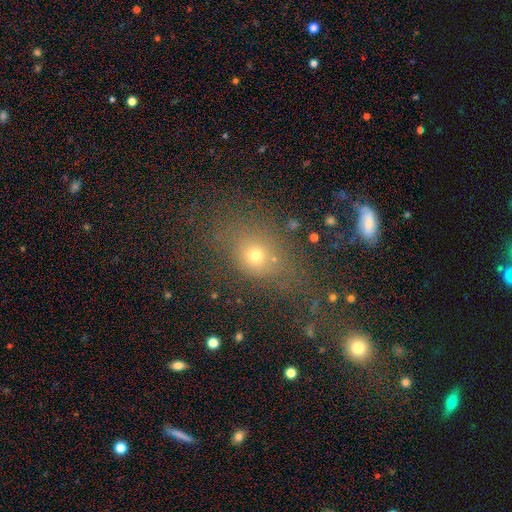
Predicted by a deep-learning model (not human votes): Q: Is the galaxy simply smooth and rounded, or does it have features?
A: smooth — 61%.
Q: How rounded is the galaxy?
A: round — 49%.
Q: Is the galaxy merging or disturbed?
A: none — 60%.